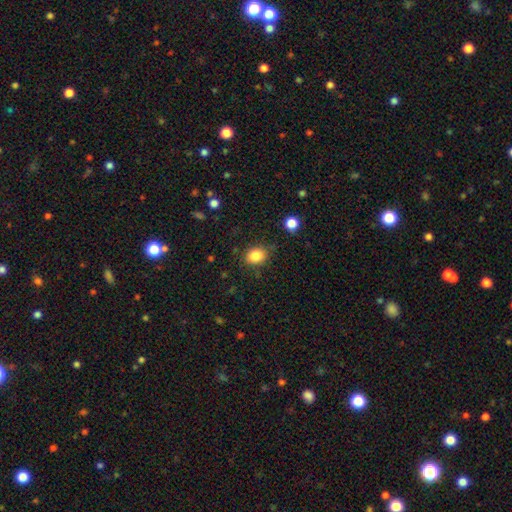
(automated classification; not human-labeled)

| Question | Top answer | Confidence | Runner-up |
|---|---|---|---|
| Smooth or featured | smooth | 84% | star or artifact (10%) |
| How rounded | in between | 53% | round (46%) |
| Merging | none | 78% | minor disturbance (15%) |